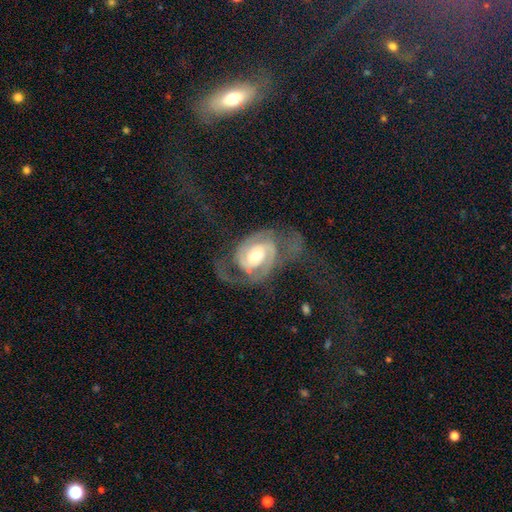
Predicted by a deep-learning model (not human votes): Morphology: type=featured or disk (87%); edge-on=no (97%); bar=no (52%); spiral arms=yes (95%); winding=tight (45%); arm count=2 (75%); bulge=moderate (62%); merging=none (51%).